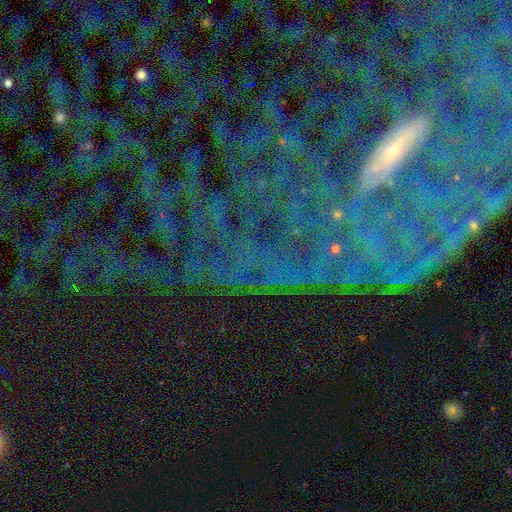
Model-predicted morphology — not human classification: This appears to be a star or artifact, not a galaxy (54%).